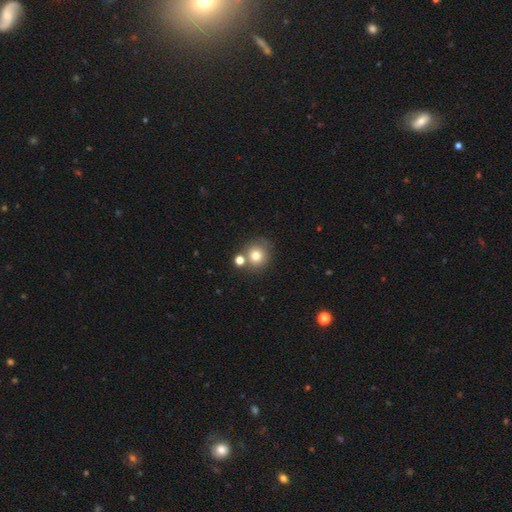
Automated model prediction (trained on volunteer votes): Q: Smooth or featured?
A: smooth (78%); runner-up: star or artifact (12%)
Q: How rounded?
A: round (89%); runner-up: in between (10%)
Q: Merging?
A: none (67%); runner-up: merger (19%)